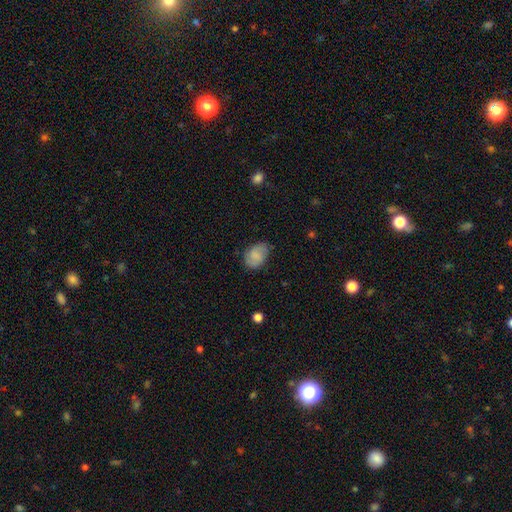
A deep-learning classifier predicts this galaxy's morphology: The model was most divided on "merging": none: 69%, minor disturbance: 24%, major disturbance: 5%, merger: 1%. More confident: how rounded — in between (81%); smooth or featured — smooth (75%).